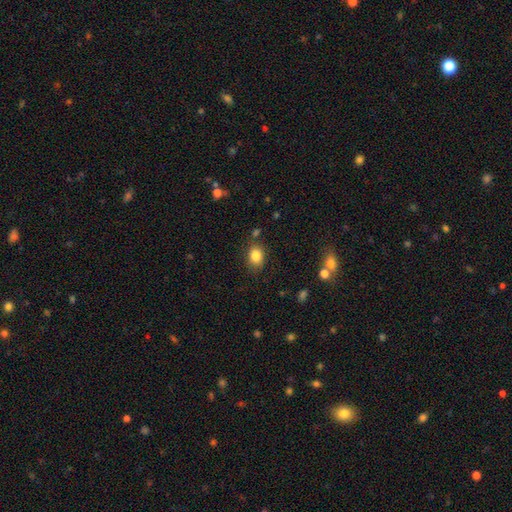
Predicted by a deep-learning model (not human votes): smooth_or_featured: smooth (p=0.85) [alt: star or artifact p=0.10]
how_rounded: in between (p=0.61) [alt: round p=0.38]
merging: none (p=0.77) [alt: minor disturbance p=0.15]